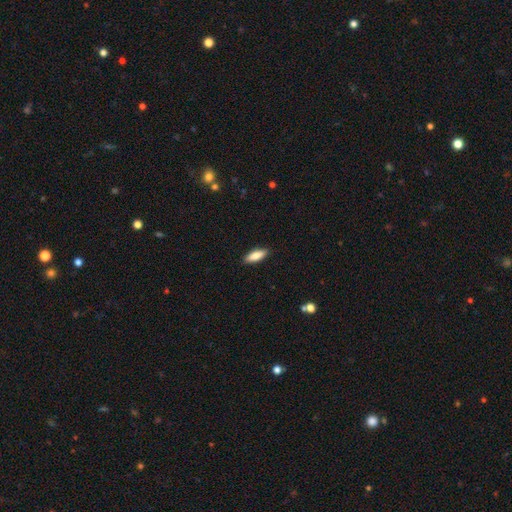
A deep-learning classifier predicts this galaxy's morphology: Smooth or featured? smooth (83%)
How rounded? in between (63%)
Merging? none (89%)